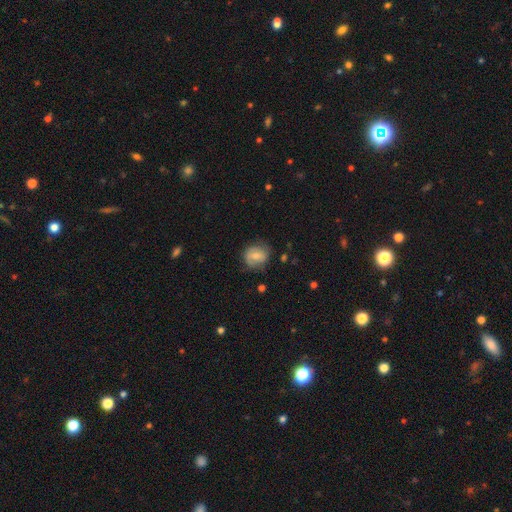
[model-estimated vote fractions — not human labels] Overall: smooth (61%; featured or disk 31%). How rounded: round (66%; in between 33%). Merging: none (70%).